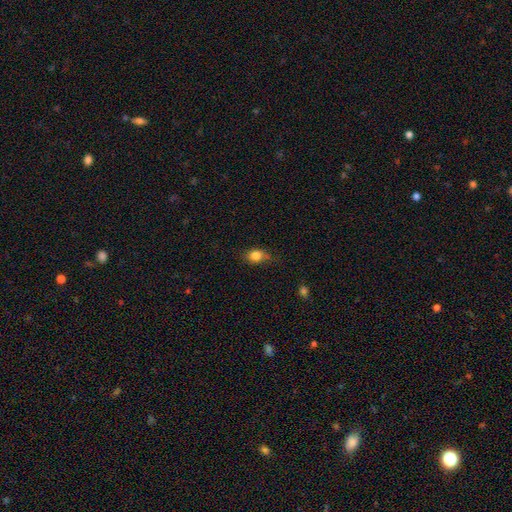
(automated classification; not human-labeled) Smooth or featured?
  - smooth: 82% *
  - star or artifact: 10%
  - featured or disk: 8%
How rounded?
  - in between: 52% *
  - round: 46%
  - cigar-shaped: 2%
Merging?
  - none: 62% *
  - minor disturbance: 29%
  - major disturbance: 7%
  - merger: 2%